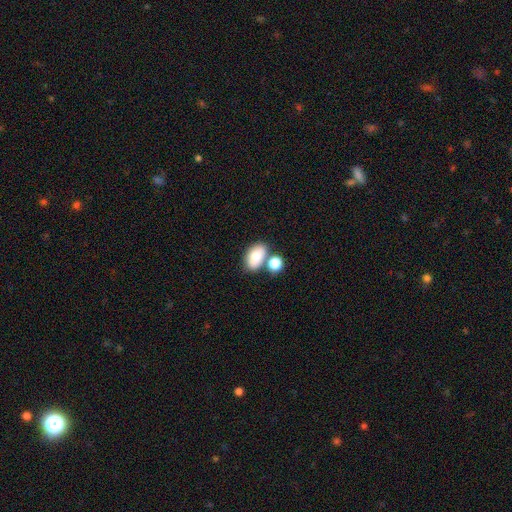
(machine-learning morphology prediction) This appears to be a smooth galaxy with no disk features (76%) that is in between round and cigar-shaped (84%). Merging: none (52%).